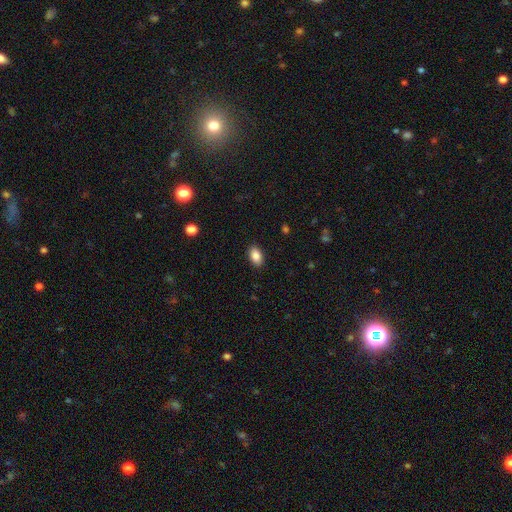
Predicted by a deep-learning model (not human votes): smooth_or_featured: smooth (p=0.88) [alt: star or artifact p=0.08]
how_rounded: in between (p=0.92) [alt: round p=0.07]
merging: none (p=0.89) [alt: minor disturbance p=0.08]